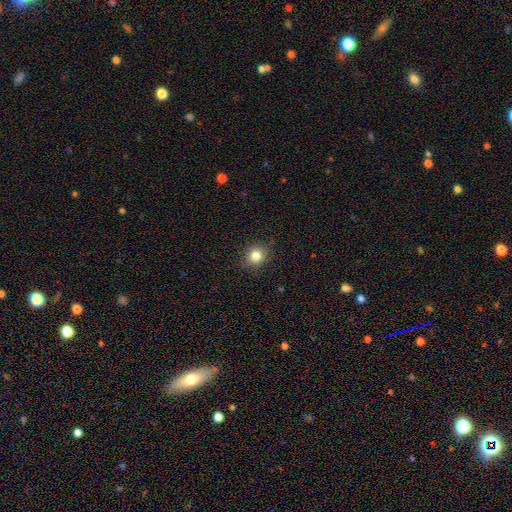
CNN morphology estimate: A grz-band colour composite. It shows a smooth galaxy with no disk features (79%) that is round (78%). Merging: none (86%).